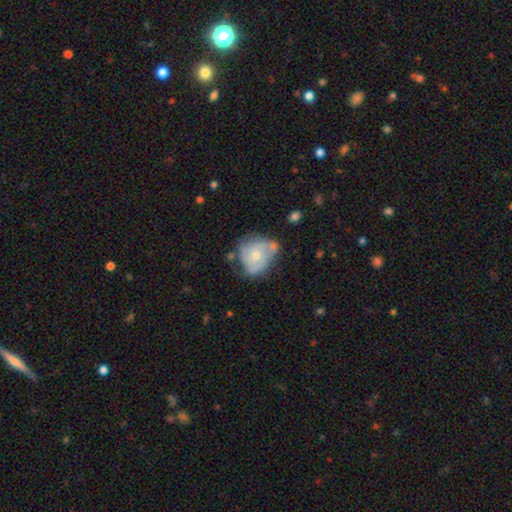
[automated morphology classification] This is possibly a featured or disk galaxy (56%). It is clearly not viewed edge-on (97%). Bar: clearly no (83%). Spiral arm pattern: likely yes (61%). Central bulge: possibly small (51%). Merging: marginally none (38%).